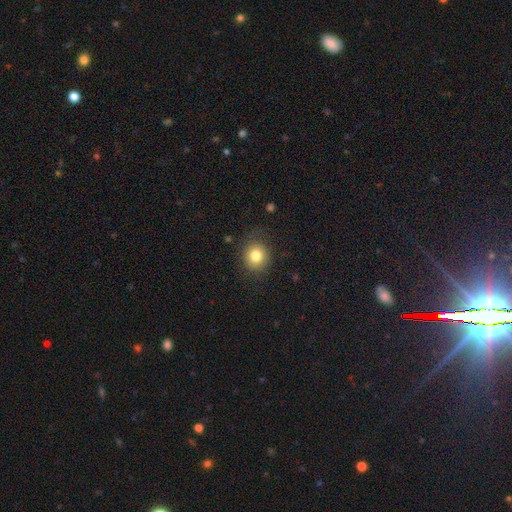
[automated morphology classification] This is clearly a smooth galaxy (80%). How rounded: clearly round (84%). Merging: clearly none (81%).